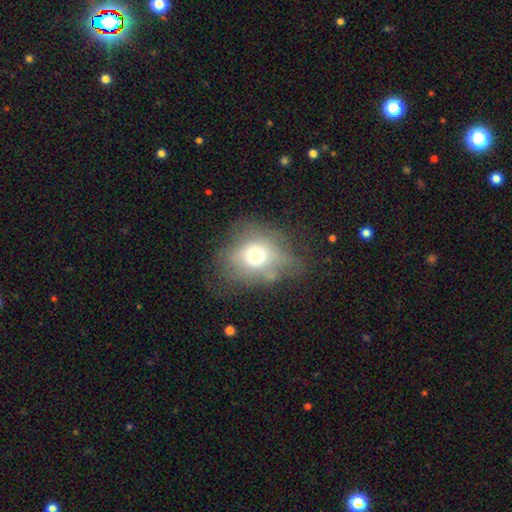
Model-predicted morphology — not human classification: Q: Smooth or featured?
A: smooth (60%); runner-up: featured or disk (28%)
Q: How rounded?
A: in between (53%); runner-up: round (45%)
Q: Merging?
A: none (45%); runner-up: minor disturbance (29%)